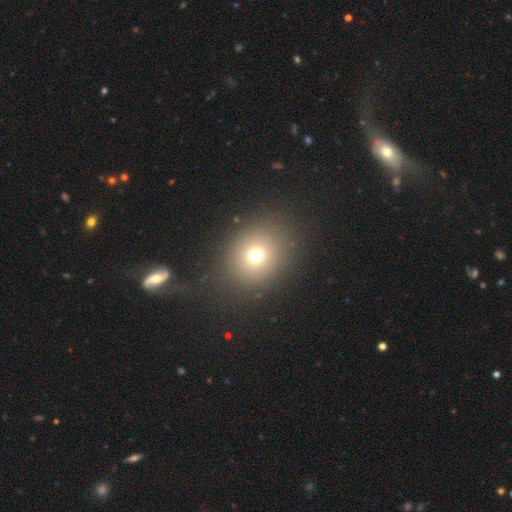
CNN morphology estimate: smooth-or-featured: smooth: 69% | star or artifact: 19% | featured or disk: 12%
  how-rounded: round: 70% | in between: 29% | cigar-shaped: 1%
  merging: none: 85% | minor disturbance: 8% | major disturbance: 6% | merger: 2%